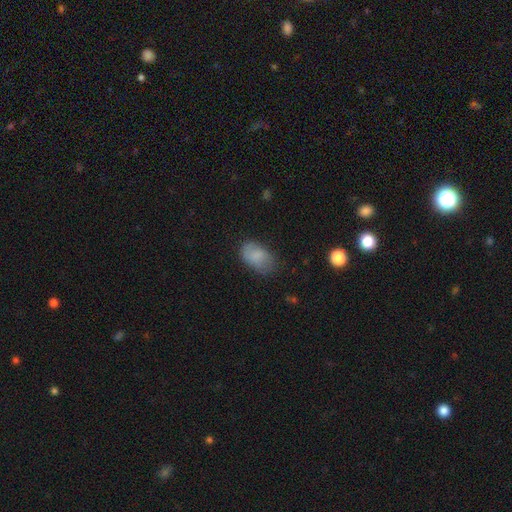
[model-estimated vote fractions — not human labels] A smooth galaxy with no disk features (75%) that is in between round and cigar-shaped (90%). Merging: none (62%).